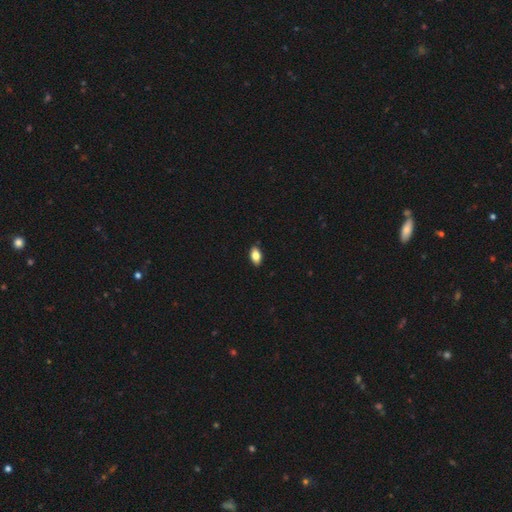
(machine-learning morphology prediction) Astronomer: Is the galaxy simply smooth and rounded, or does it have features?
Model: smooth — 82%.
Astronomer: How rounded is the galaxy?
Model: in between — 91%.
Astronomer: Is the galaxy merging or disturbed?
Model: none — 88%.